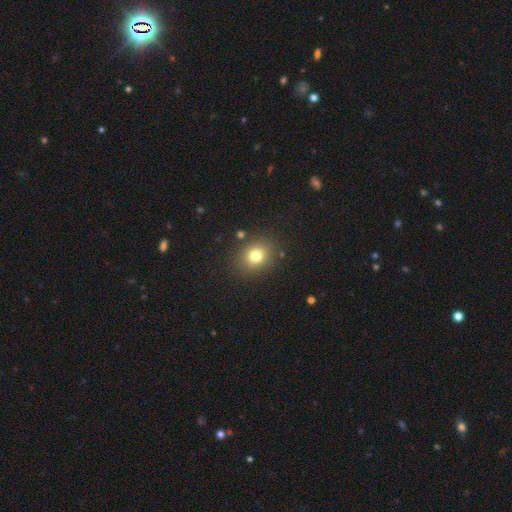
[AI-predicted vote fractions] smooth-or-featured: smooth: 77% | star or artifact: 14% | featured or disk: 9%
  how-rounded: round: 60% | in between: 39% | cigar-shaped: 1%
  merging: none: 86% | minor disturbance: 9% | major disturbance: 3% | merger: 3%